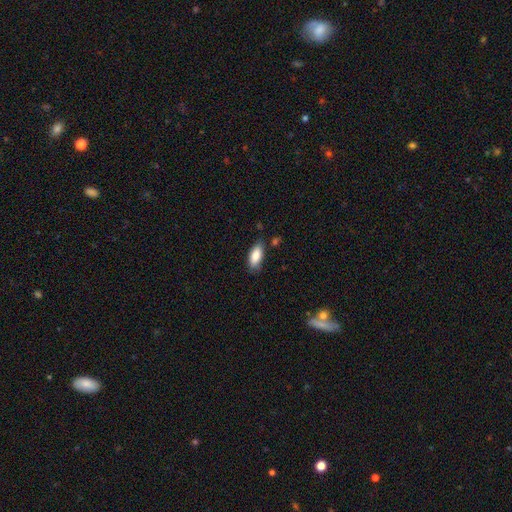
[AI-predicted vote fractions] Smooth or featured?
  - smooth: 86% *
  - featured or disk: 7%
  - star or artifact: 6%
How rounded?
  - in between: 82% *
  - cigar-shaped: 15%
  - round: 2%
Merging?
  - none: 75% *
  - minor disturbance: 19%
  - major disturbance: 3%
  - merger: 3%